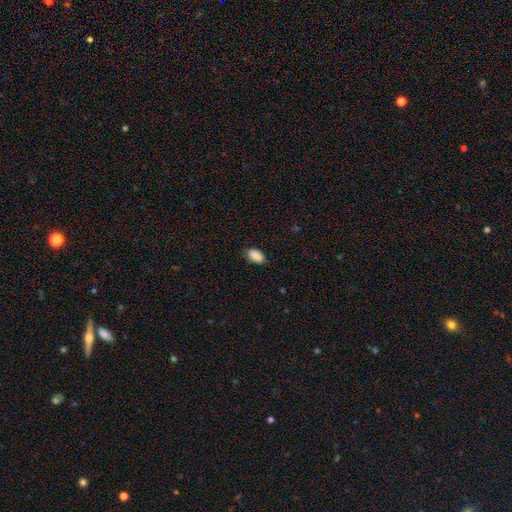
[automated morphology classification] smooth 89%, star or artifact 7%, featured or disk 3%. Down the decision tree: how rounded — in between (93%); merging — none (82%).